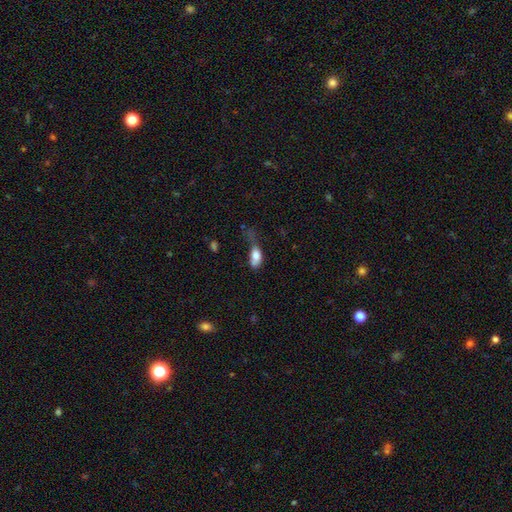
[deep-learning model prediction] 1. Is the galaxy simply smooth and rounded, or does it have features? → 73% smooth, 18% featured or disk, 9% star or artifact.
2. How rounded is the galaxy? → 79% in between, 10% cigar-shaped, 10% round.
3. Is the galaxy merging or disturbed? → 46% major disturbance, 25% minor disturbance, 18% none, 11% merger.